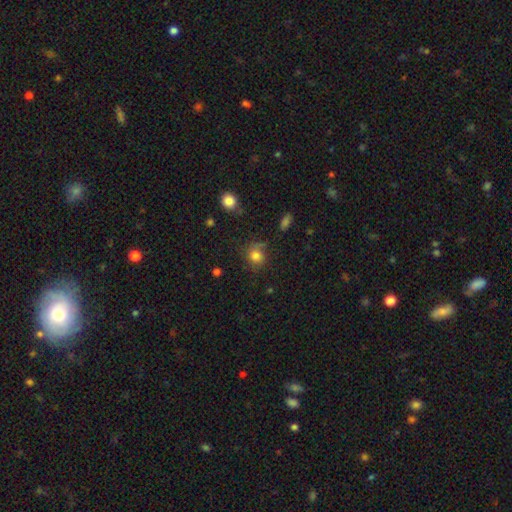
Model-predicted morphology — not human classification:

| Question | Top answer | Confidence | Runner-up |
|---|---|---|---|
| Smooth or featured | smooth | 77% | star or artifact (12%) |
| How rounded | round | 81% | in between (18%) |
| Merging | none | 65% | minor disturbance (21%) |